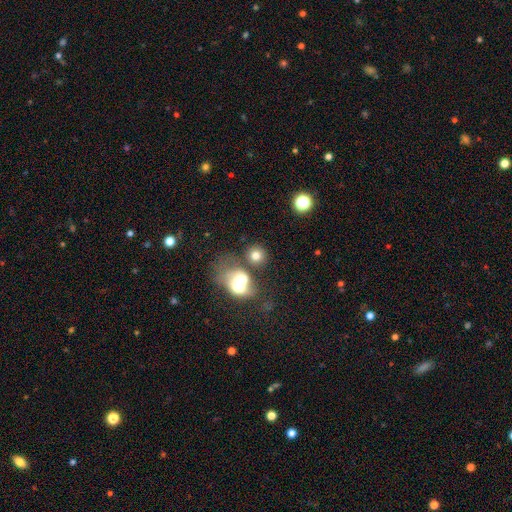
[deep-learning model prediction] smooth-or-featured: smooth: 71% | featured or disk: 15% | star or artifact: 13%
  how-rounded: round: 80% | in between: 18% | cigar-shaped: 1%
  merging: none: 49% | merger: 35% | minor disturbance: 9% | major disturbance: 7%